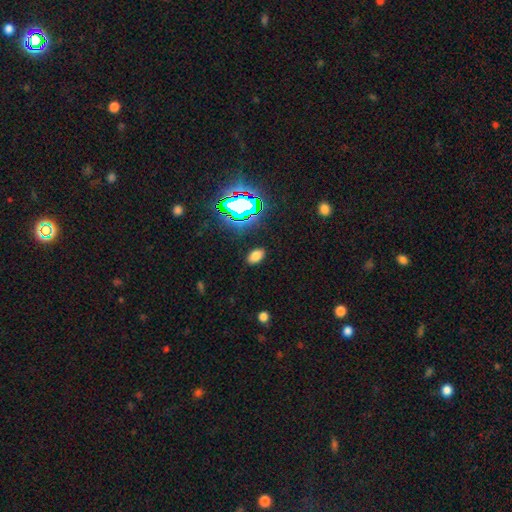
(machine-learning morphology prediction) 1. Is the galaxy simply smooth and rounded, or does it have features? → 71% smooth, 23% star or artifact, 6% featured or disk.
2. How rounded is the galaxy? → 90% in between, 8% round, 2% cigar-shaped.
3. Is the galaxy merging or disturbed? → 88% none, 8% minor disturbance, 3% major disturbance, 1% merger.